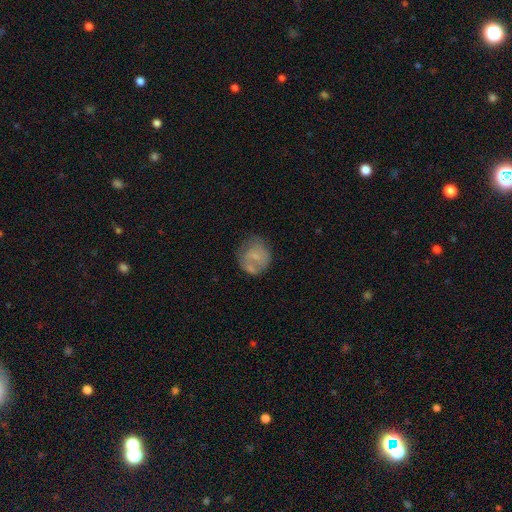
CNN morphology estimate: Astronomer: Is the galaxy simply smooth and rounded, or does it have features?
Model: smooth — 60%.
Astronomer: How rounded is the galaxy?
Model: round — 79%.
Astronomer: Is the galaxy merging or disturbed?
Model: none — 51%.